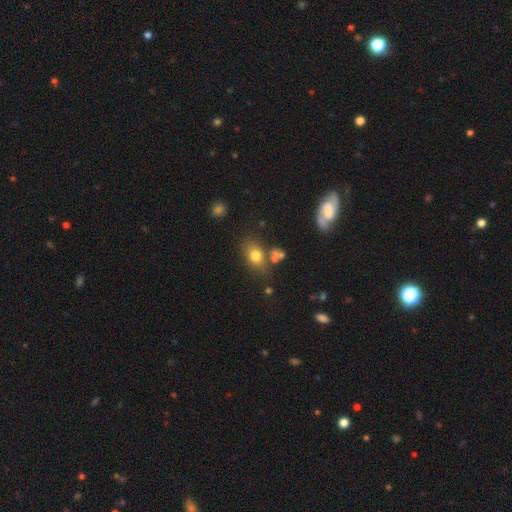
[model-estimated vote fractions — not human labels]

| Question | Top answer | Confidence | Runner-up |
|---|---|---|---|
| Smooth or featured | smooth | 74% | featured or disk (13%) |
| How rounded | in between | 69% | round (28%) |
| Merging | none | 67% | minor disturbance (16%) |